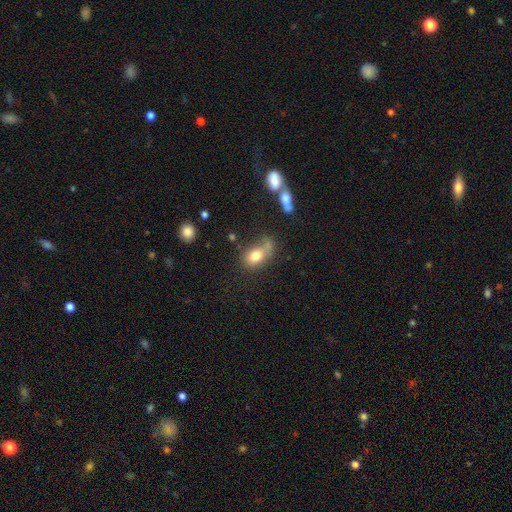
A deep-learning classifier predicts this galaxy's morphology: This is likely a smooth galaxy (76%). How rounded: likely in between (76%). Merging: marginally none (39%).